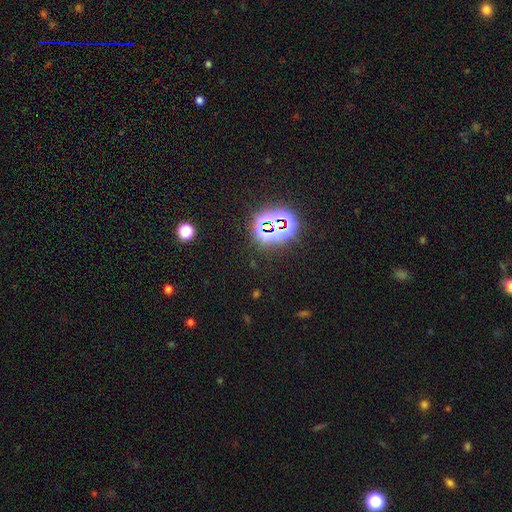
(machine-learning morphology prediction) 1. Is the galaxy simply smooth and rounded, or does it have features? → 84% star or artifact, 10% smooth, 7% featured or disk.